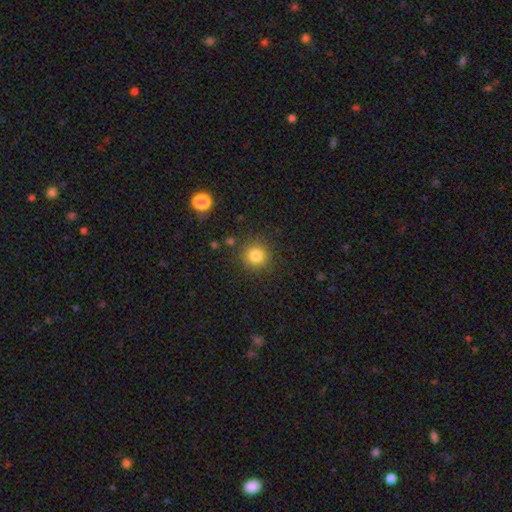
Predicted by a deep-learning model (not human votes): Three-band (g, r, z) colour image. It shows a smooth galaxy with no disk features (82%) that is round (93%). Merging: none (87%).